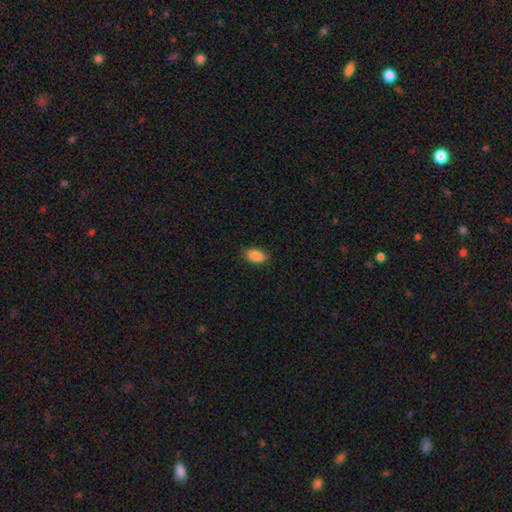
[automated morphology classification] smooth-or-featured: smooth: 88% | star or artifact: 8% | featured or disk: 4%
  how-rounded: in between: 92% | round: 6% | cigar-shaped: 2%
  merging: none: 86% | minor disturbance: 11% | major disturbance: 2% | merger: 1%